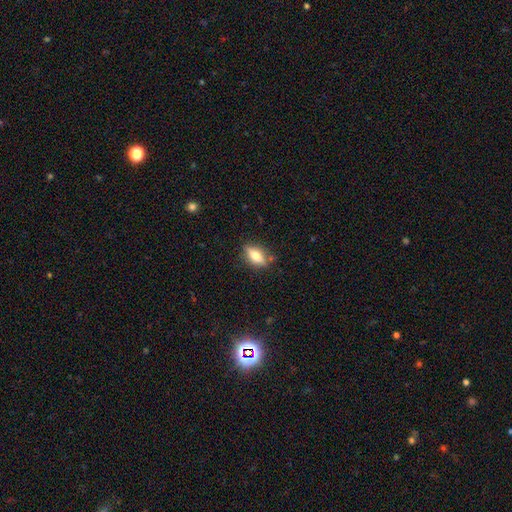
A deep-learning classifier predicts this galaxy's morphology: A smooth galaxy with no disk features (56%) that is in between round and cigar-shaped (66%). Merging: none (81%).